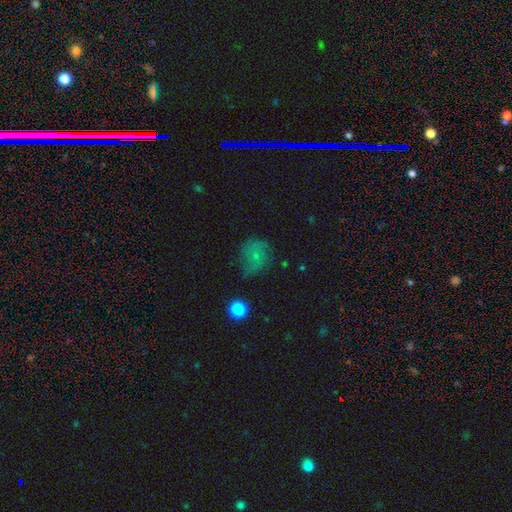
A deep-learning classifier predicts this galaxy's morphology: Smooth or featured? Predicted: smooth (p=0.49). Merging? Predicted: none (p=0.54).